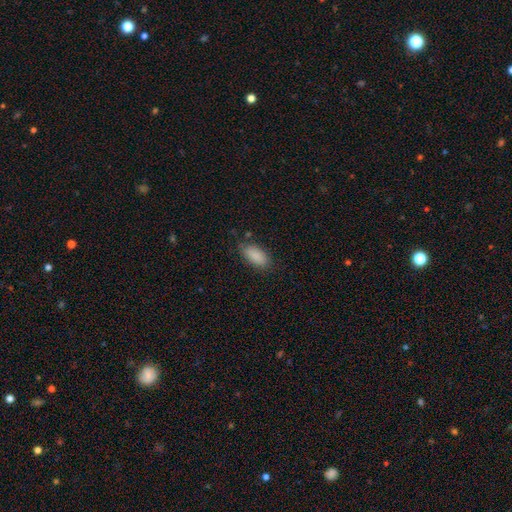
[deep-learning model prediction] This appears to be a smooth galaxy with no disk features (88%) that is in between round and cigar-shaped (89%). Merging: none (77%).